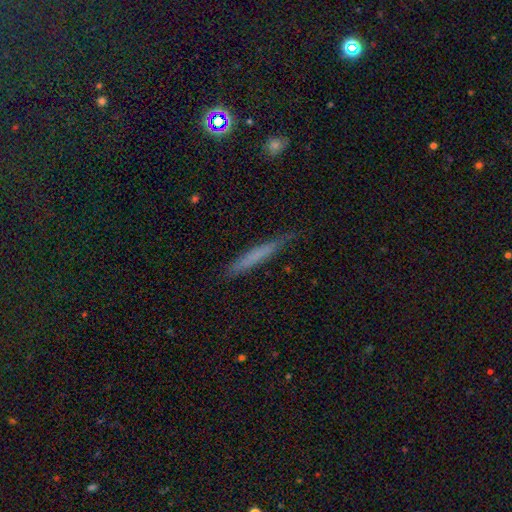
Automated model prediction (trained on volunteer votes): smooth 61%, featured or disk 31%, star or artifact 8%. Down the decision tree: how rounded — cigar-shaped (95%); merging — none (78%).